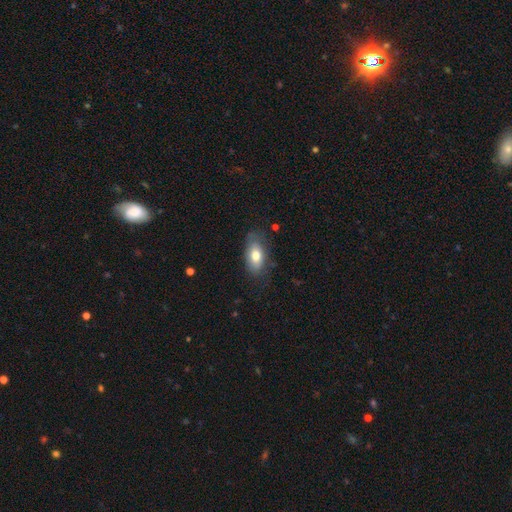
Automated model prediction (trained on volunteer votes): Smooth or featured?
  - smooth: 73% *
  - featured or disk: 20%
  - star or artifact: 7%
How rounded?
  - in between: 90% *
  - round: 5%
  - cigar-shaped: 5%
Merging?
  - none: 71% *
  - minor disturbance: 21%
  - major disturbance: 6%
  - merger: 1%